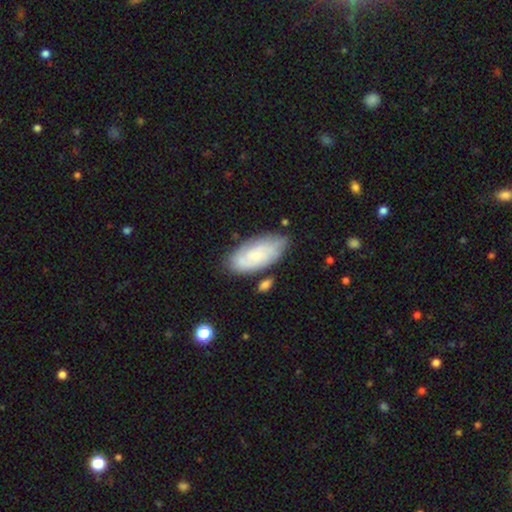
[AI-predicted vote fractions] Smooth or featured?
  - smooth: 47% *
  - featured or disk: 46%
  - star or artifact: 7%
Merging?
  - none: 69% *
  - minor disturbance: 22%
  - major disturbance: 5%
  - merger: 5%